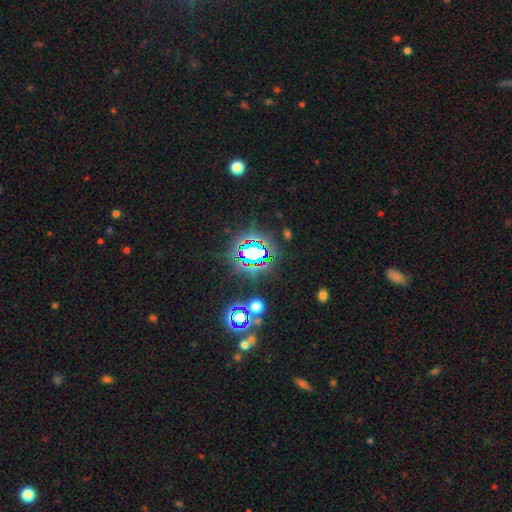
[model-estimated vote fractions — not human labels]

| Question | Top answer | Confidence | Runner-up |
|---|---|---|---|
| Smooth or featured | star or artifact | 78% | smooth (14%) |